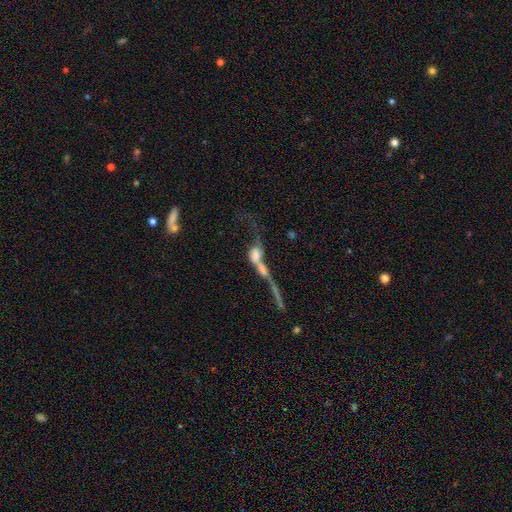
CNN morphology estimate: Smooth or featured? Predicted: featured or disk (p=0.46). Merging? Predicted: merger (p=0.75).